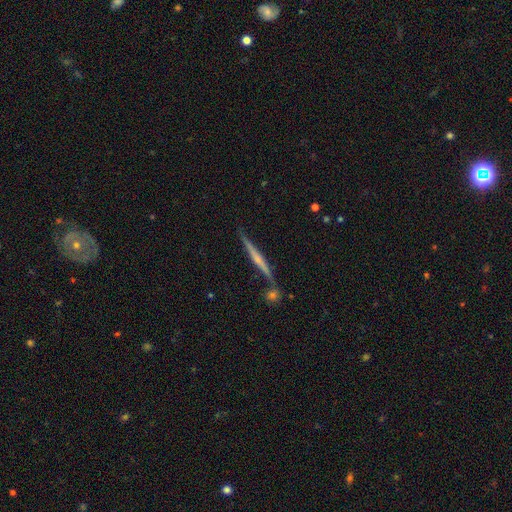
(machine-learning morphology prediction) smooth-or-featured: featured or disk: 70% | smooth: 22% | star or artifact: 7%
  disk-edge-on: yes: 97% | no: 3%
    edge-on-bulge: rounded: 45% | none: 43% | boxy: 12%
  merging: none: 80% | minor disturbance: 10% | merger: 8% | major disturbance: 3%